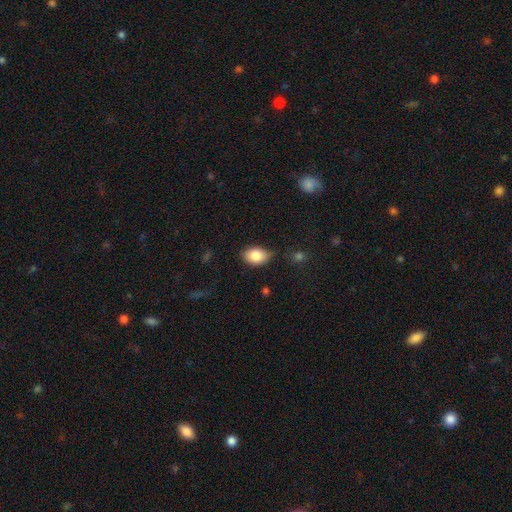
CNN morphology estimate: Smooth or featured? smooth (84%)
How rounded? in between (80%)
Merging? none (74%)